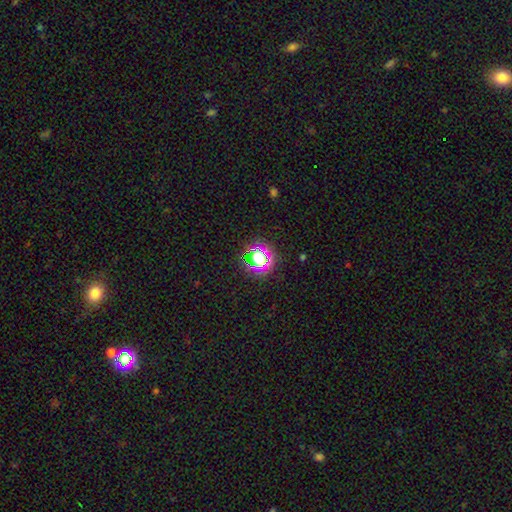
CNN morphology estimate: Smooth or featured? Predicted: star or artifact (p=0.57).